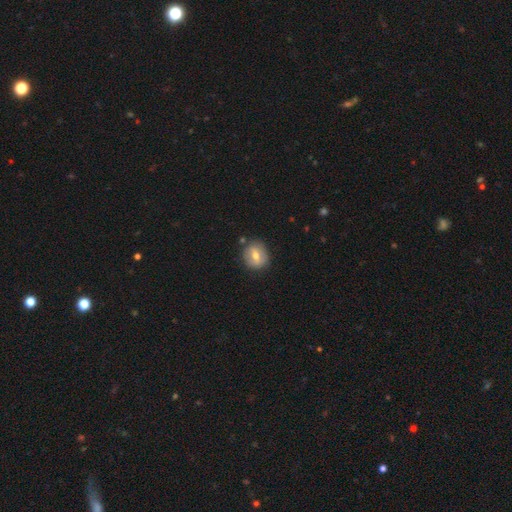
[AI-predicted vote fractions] smooth 60%, featured or disk 32%, star or artifact 8%. Down the decision tree: how rounded — round (80%); merging — none (82%).